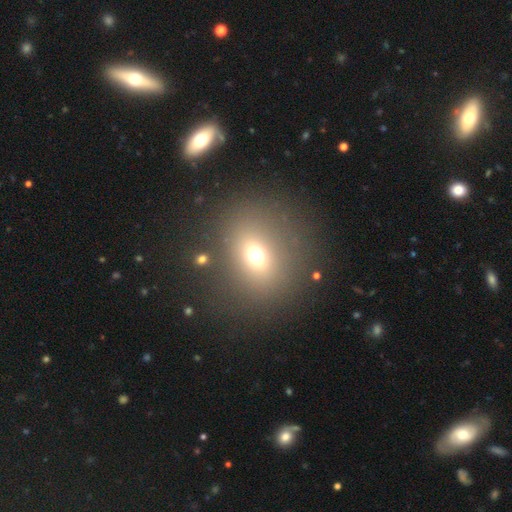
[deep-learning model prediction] Smooth or featured?
  - smooth: 66% *
  - star or artifact: 21%
  - featured or disk: 13%
How rounded?
  - round: 60% *
  - in between: 39%
  - cigar-shaped: 1%
Merging?
  - none: 80% *
  - minor disturbance: 9%
  - major disturbance: 7%
  - merger: 4%